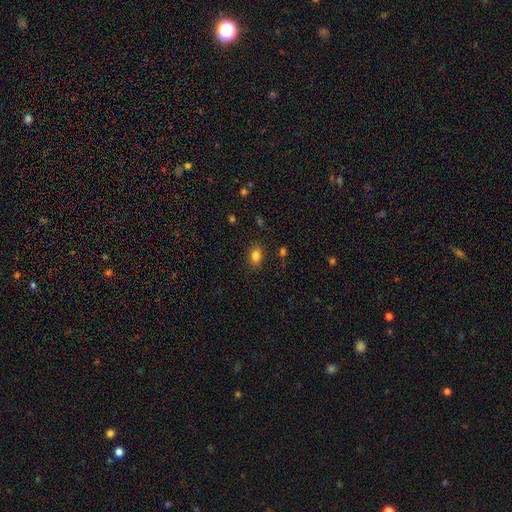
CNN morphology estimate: Smooth or featured? smooth (83%)
How rounded? in between (76%)
Merging? none (84%)